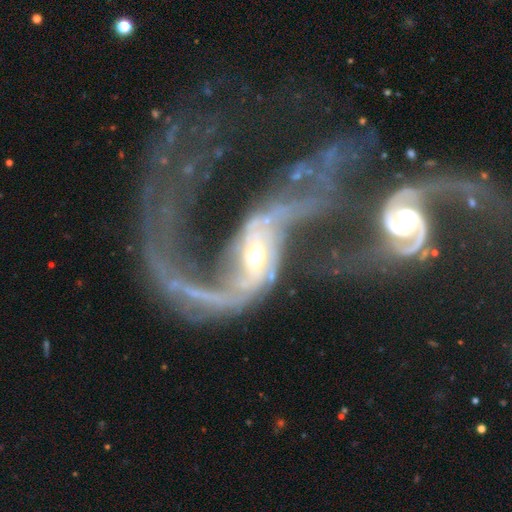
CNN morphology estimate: A featured or disk galaxy (85%) with no bar (37%), 2 (77%) loose (82%) spiral arms (84%) and a moderate central bulge (64%). Merging: major disturbance (47%).